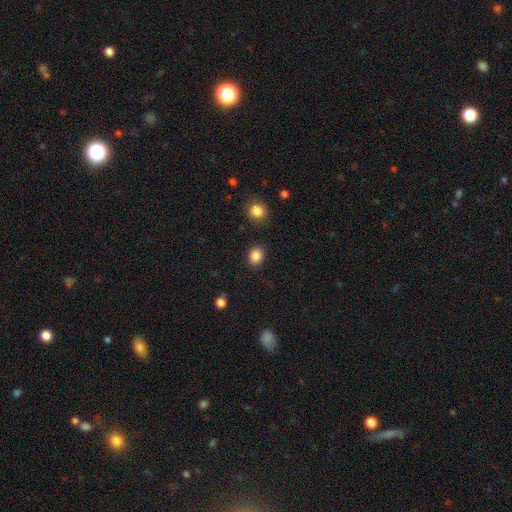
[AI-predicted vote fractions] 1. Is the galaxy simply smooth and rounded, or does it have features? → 87% smooth, 10% star or artifact, 4% featured or disk.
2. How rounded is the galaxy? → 52% round, 47% in between, 1% cigar-shaped.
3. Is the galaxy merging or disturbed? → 86% none, 9% minor disturbance, 3% major disturbance, 2% merger.